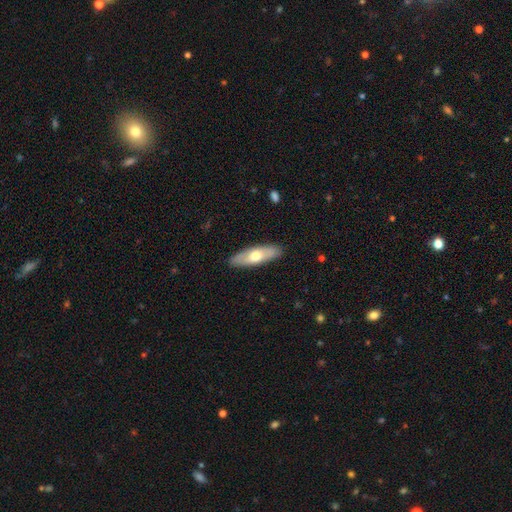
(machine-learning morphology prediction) type=smooth (58%); roundness=in between (55%); merging=none (88%).